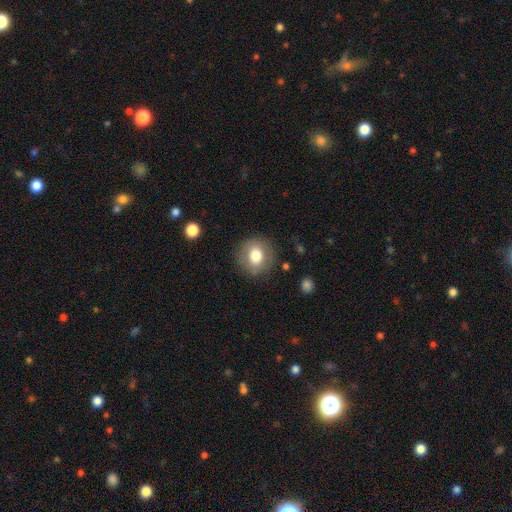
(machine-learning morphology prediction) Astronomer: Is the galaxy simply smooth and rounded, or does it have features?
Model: smooth — 73%.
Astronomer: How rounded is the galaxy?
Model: round — 85%.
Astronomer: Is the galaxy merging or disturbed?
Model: none — 84%.